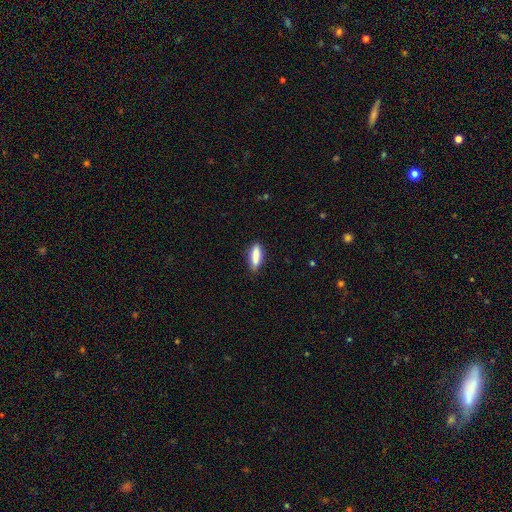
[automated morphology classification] Smooth or featured?
  - smooth: 84% *
  - featured or disk: 9%
  - star or artifact: 7%
How rounded?
  - cigar-shaped: 55% *
  - in between: 43%
  - round: 2%
Merging?
  - none: 84% *
  - minor disturbance: 12%
  - major disturbance: 3%
  - merger: 1%